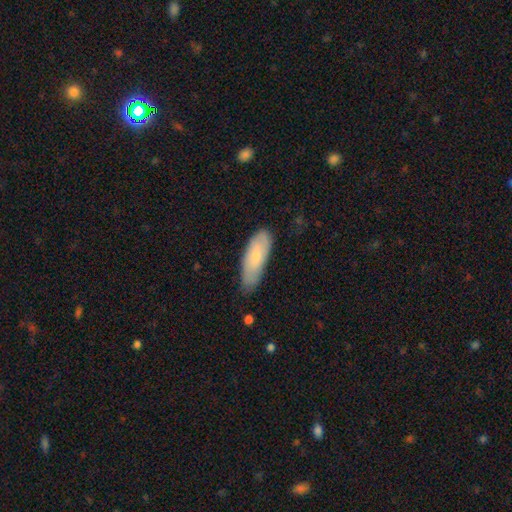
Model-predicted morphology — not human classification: A smooth galaxy with no disk features (70%) that is in between round and cigar-shaped (62%). Merging: none (68%).